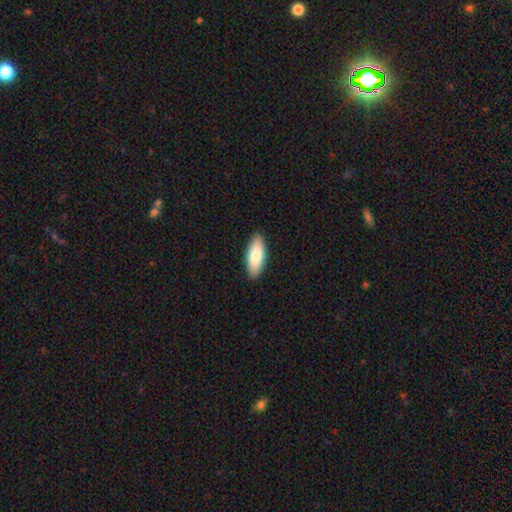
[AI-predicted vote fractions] A smooth galaxy with no disk features (81%) that is in between round and cigar-shaped (79%).

Vote fractions:
- Smooth or featured? smooth: 81% / featured or disk: 14% / star or artifact: 5%
- How rounded? in between: 79% / cigar-shaped: 19% / round: 2%
- Merging? none: 90% / minor disturbance: 8% / major disturbance: 1% / merger: 1%